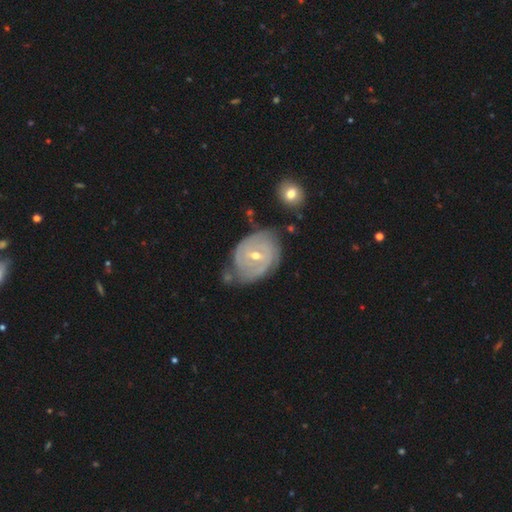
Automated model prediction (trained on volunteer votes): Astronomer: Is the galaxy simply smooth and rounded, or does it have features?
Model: featured or disk — 84%.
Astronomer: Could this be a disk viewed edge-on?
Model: no — 97%.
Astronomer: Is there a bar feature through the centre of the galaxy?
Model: weak — 53% (runner-up: no, 30%).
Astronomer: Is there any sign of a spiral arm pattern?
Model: yes — 93%.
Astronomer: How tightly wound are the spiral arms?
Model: tight — 73%.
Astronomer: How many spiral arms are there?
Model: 2 — 36% (runner-up: can't tell, 33%).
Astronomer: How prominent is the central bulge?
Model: moderate — 49%, tied with small at 49%.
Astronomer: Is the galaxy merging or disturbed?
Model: none — 61%.